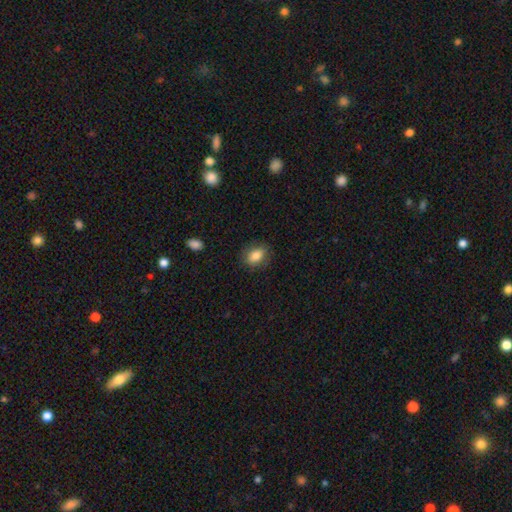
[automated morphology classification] This appears to be a smooth galaxy with no disk features (83%) that is in between round and cigar-shaped (79%). Merging: none (83%).